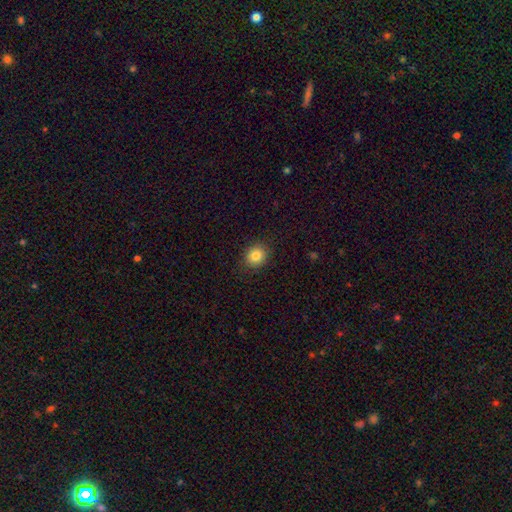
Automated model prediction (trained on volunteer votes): smooth 84%, star or artifact 10%, featured or disk 6%. Down the decision tree: how rounded — round (74%); merging — none (88%).